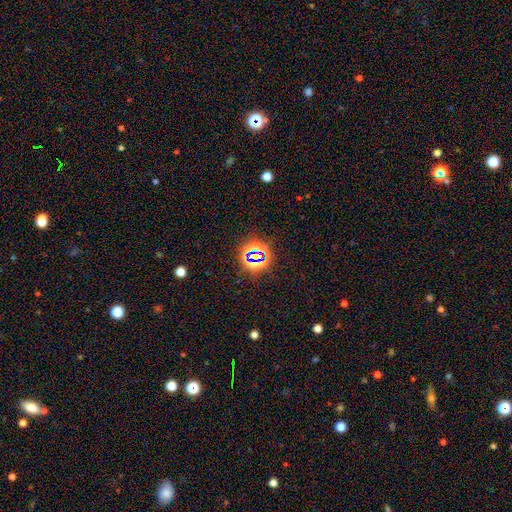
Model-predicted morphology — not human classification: Q: Smooth or featured?
A: star or artifact (74%); runner-up: smooth (17%)